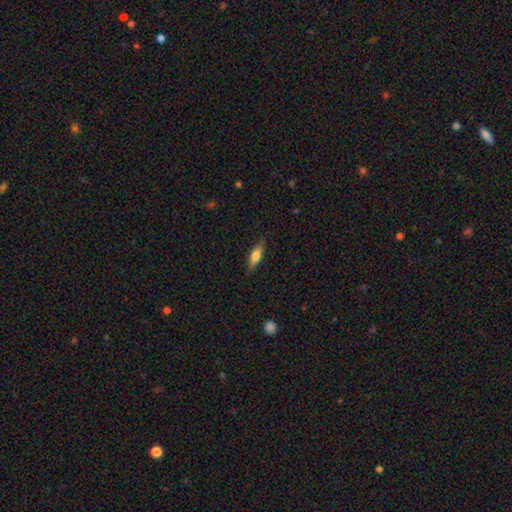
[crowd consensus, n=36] smooth-or-featured: smooth: 67% | featured or disk: 31% | star or artifact: 3%
  how-rounded: in between: 50% | cigar-shaped: 46% | round: 4%
  merging: none: 74% | minor disturbance: 23% | merger: 3% | major disturbance: 0%